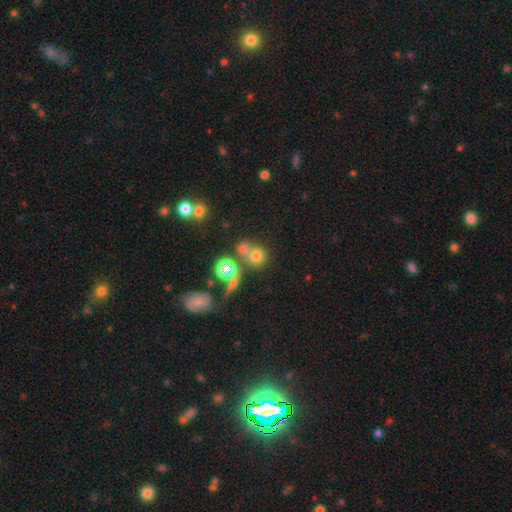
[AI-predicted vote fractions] Smooth or featured: smooth — 66% (star or artifact — 23%)
How rounded: round — 83% (in between — 15%)
Merging: none — 49% (merger — 36%)